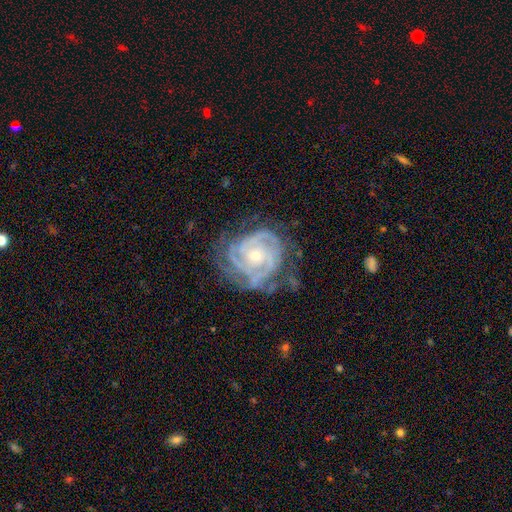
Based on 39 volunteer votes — Volunteers were most divided on "bulge size": small: 56%, moderate: 41%, large: 3%, dominant: 0%, none: 0%. Remaining: edge-on disk — no (97%); spiral arms — yes (97%); smooth or featured — featured or disk (90%); merging — none (78%); spiral winding — tight (70%); bar — no (62%); spiral arm count — 3 (39%).